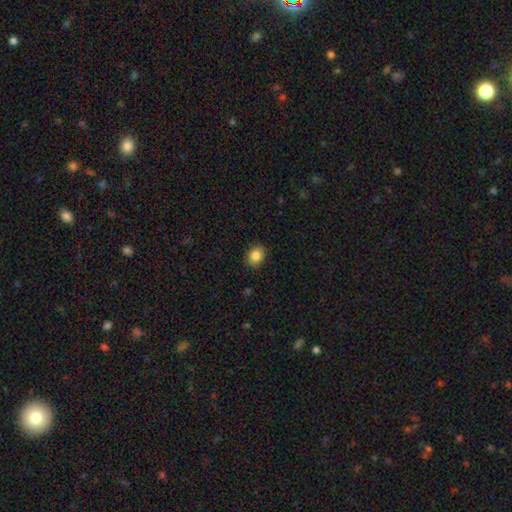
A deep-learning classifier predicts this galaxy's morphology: type=smooth (85%); roundness=round (53%); merging=none (89%).